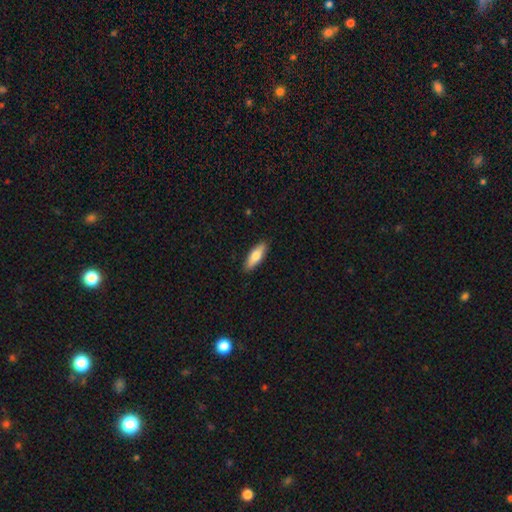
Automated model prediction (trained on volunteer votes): This appears to be a smooth galaxy with no disk features (72%) that is in between round and cigar-shaped (52%). Merging: none (89%).